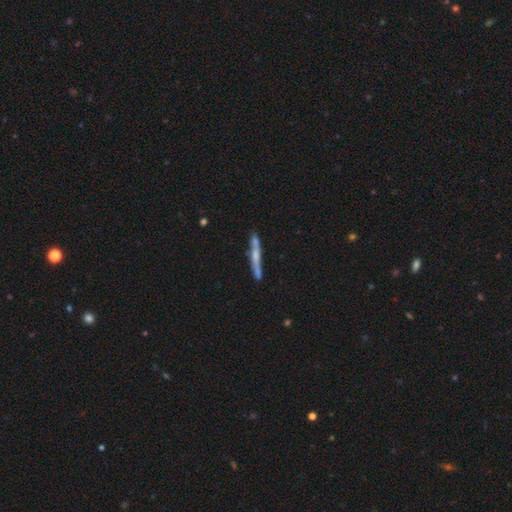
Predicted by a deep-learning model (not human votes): smooth-or-featured: featured or disk: 56% | smooth: 37% | star or artifact: 7%
  disk-edge-on: yes: 93% | no: 7%
    edge-on-bulge: rounded: 49% | none: 40% | boxy: 12%
  merging: none: 75% | minor disturbance: 15% | merger: 7% | major disturbance: 3%